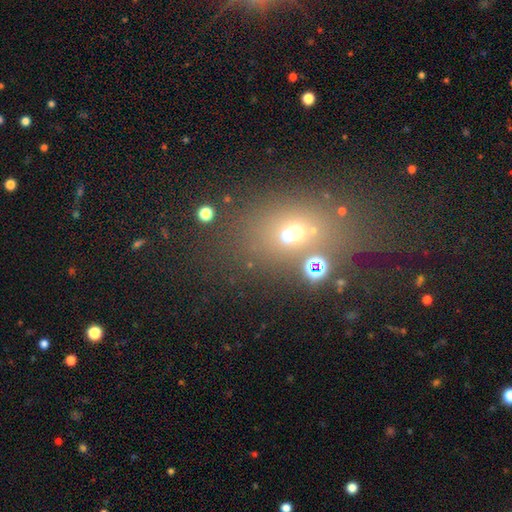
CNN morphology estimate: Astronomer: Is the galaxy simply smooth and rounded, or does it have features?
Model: smooth — 46% (runner-up: star or artifact, 38%).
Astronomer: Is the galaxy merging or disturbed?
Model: none — 67%.